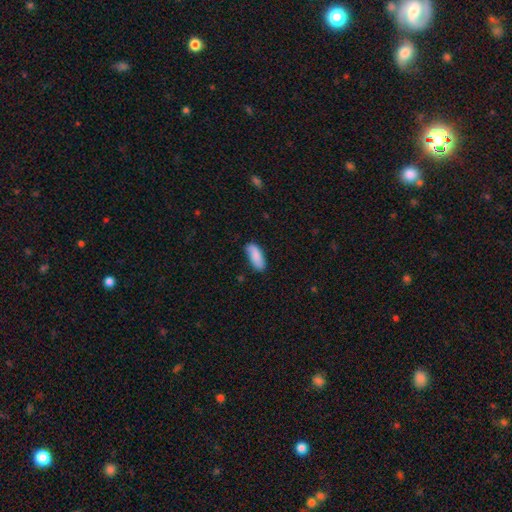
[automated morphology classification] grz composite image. It shows a smooth galaxy with no disk features (86%) that is in between round and cigar-shaped (78%). Merging: none (74%).